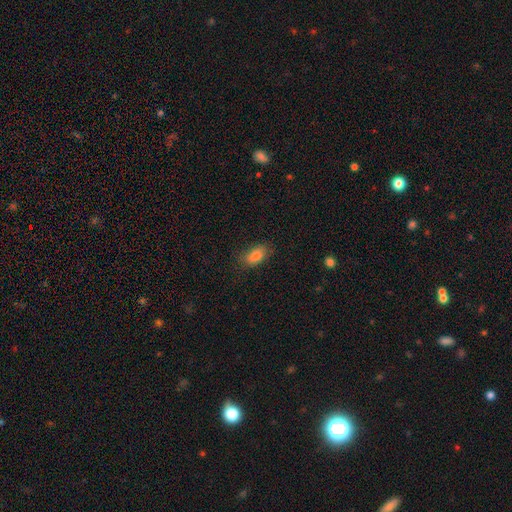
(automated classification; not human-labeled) A smooth galaxy with no disk features (83%) that is in between round and cigar-shaped (90%).

Vote fractions:
- Smooth or featured? smooth: 83% / featured or disk: 9% / star or artifact: 8%
- How rounded? in between: 90% / round: 5% / cigar-shaped: 4%
- Merging? none: 80% / minor disturbance: 15% / major disturbance: 4% / merger: 1%